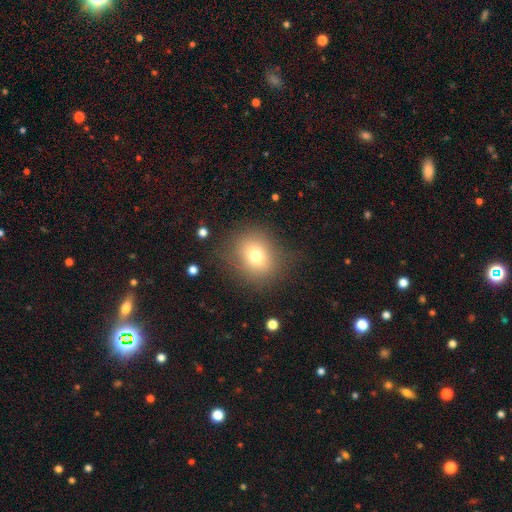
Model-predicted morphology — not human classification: Smooth or featured: smooth — 73% (star or artifact — 14%)
How rounded: round — 71% (in between — 28%)
Merging: none — 76% (minor disturbance — 15%)